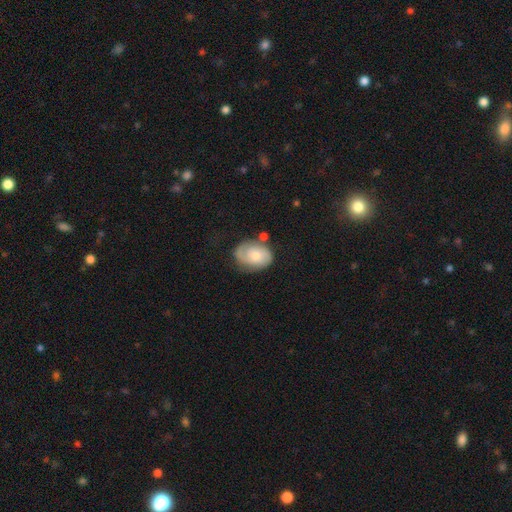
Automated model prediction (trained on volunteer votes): Overall: featured or disk (51%; smooth 42%). Edge-on disk: no (97%). Merging: none (55%; minor disturbance 26%).